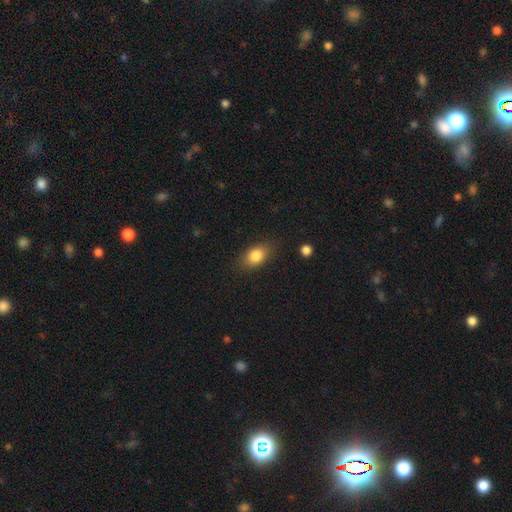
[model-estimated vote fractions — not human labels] Q: Smooth or featured?
A: smooth (83%); runner-up: featured or disk (9%)
Q: How rounded?
A: in between (81%); runner-up: round (15%)
Q: Merging?
A: none (82%); runner-up: minor disturbance (13%)